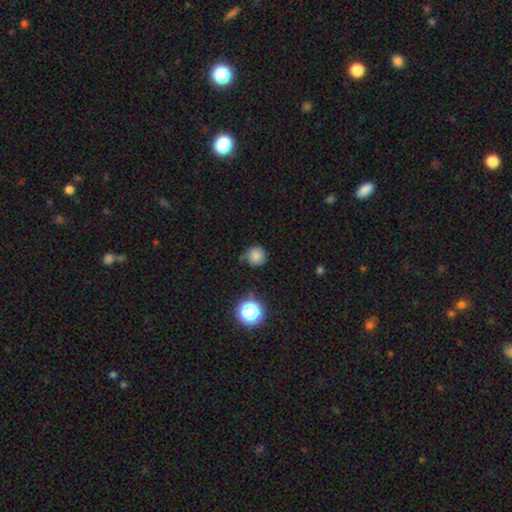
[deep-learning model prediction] smooth_or_featured: smooth (p=0.81) [alt: star or artifact p=0.14]
how_rounded: round (p=0.93) [alt: in between p=0.06]
merging: none (p=0.78) [alt: minor disturbance p=0.15]